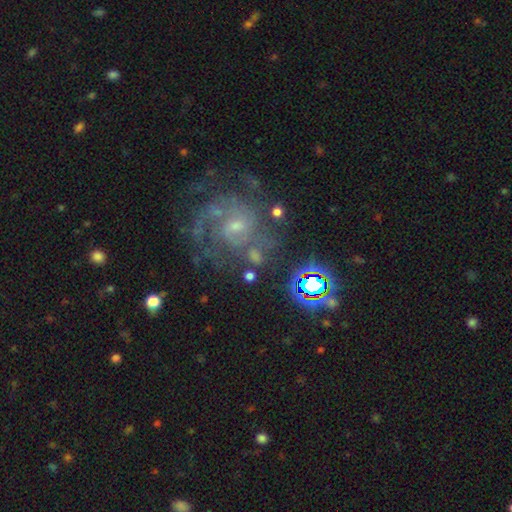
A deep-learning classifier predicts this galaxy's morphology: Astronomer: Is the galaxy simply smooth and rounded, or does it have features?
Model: featured or disk — 72%.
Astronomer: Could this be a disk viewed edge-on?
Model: no — 98%.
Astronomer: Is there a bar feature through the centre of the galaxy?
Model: no — 51% (runner-up: weak, 40%).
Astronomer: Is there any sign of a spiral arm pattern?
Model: yes — 91%.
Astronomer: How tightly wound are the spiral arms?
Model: tight — 49% (runner-up: medium, 40%).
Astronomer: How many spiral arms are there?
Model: can't tell — 33% (runner-up: 2, 30%).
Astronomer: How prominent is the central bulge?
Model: small — 56% (runner-up: moderate, 34%).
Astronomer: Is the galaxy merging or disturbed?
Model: none — 60%.